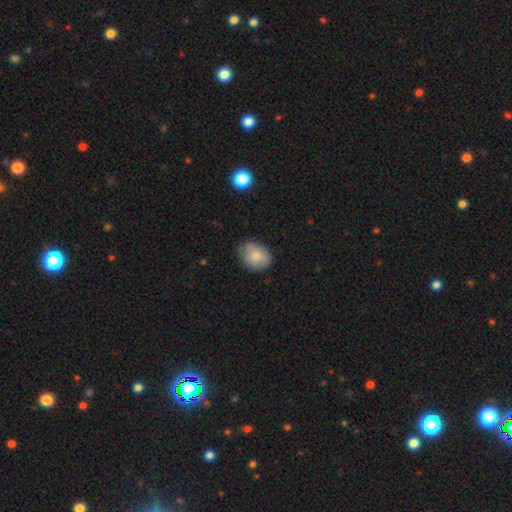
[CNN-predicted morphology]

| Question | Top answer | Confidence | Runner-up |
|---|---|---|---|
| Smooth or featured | smooth | 82% | featured or disk (11%) |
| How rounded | in between | 58% | round (41%) |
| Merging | none | 70% | minor disturbance (24%) |